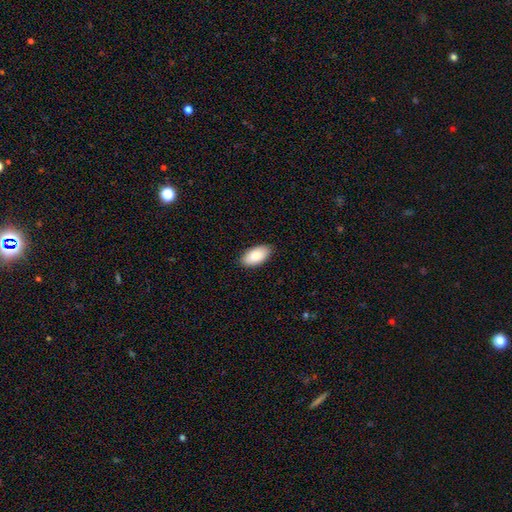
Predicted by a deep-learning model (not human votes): The model was most divided on "smooth or featured": smooth: 85%, featured or disk: 9%, star or artifact: 6%. More confident: how rounded — in between (95%); merging — none (88%).